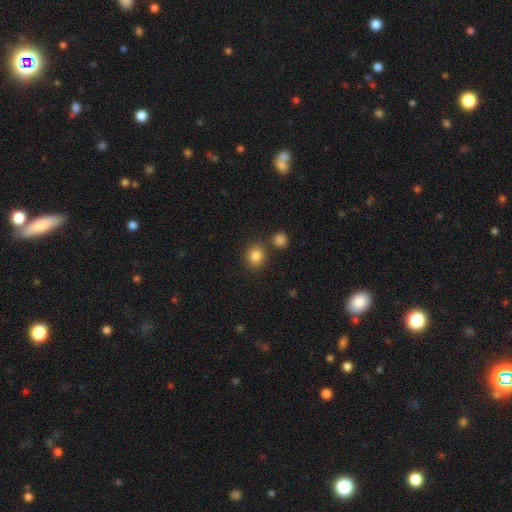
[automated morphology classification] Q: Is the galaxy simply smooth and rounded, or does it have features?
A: smooth — 85%.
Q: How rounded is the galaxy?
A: round — 79%.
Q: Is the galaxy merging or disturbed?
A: none — 76%.